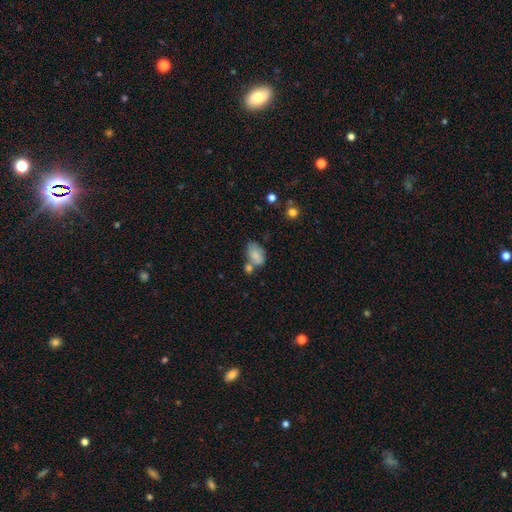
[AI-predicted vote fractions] Morphology: type=smooth (74%); roundness=in between (89%); merging=merger (34%).